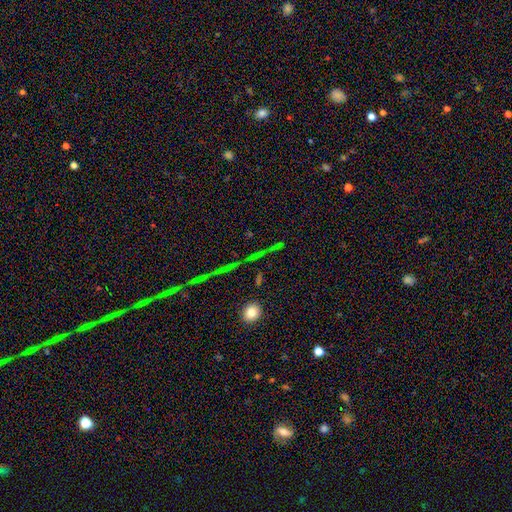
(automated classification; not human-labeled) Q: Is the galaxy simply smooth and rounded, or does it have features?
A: star or artifact — 79%.